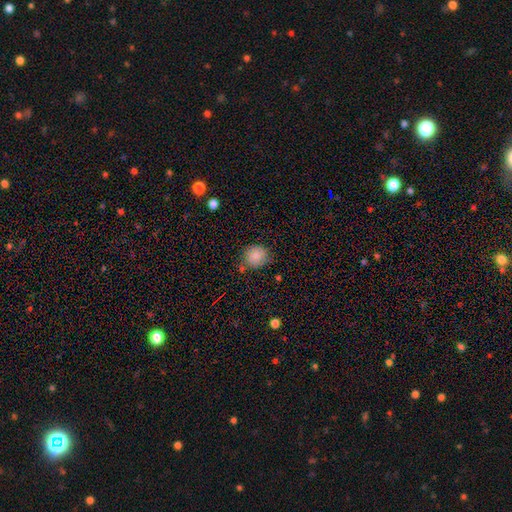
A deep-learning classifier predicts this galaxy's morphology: Smooth or featured: smooth — 85% (star or artifact — 9%)
How rounded: round — 82% (in between — 17%)
Merging: none — 72% (minor disturbance — 19%)